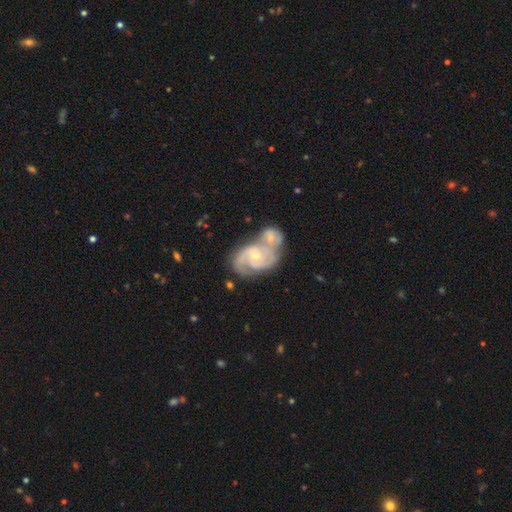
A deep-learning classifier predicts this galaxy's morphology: This is clearly a featured or disk galaxy (86%). It is clearly not viewed edge-on (97%). Bar: likely no (64%). Spiral arm pattern: clearly yes (96%). Spiral arm count: likely 2 (67%). Spiral winding: possibly medium (49%). Central bulge: possibly small (54%). Merging: possibly merger (59%).